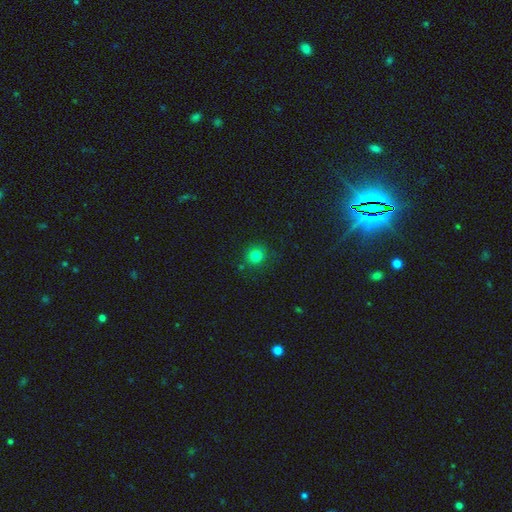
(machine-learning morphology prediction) Smooth or featured? Predicted: smooth (p=0.79). How rounded? Predicted: round (p=0.89). Merging? Predicted: none (p=0.84).